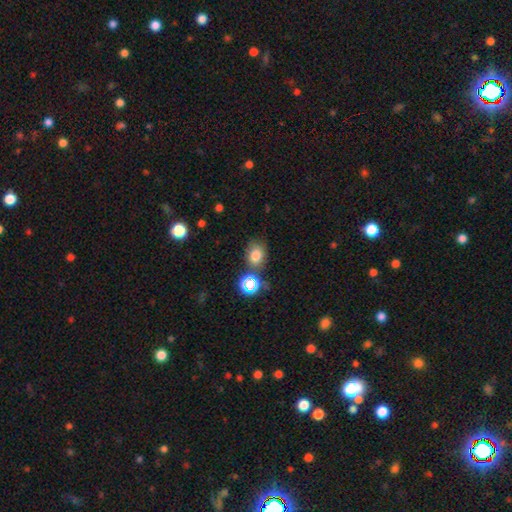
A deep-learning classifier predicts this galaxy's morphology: This is likely a smooth galaxy (73%). How rounded: possibly in between (55%). Merging: likely none (67%).